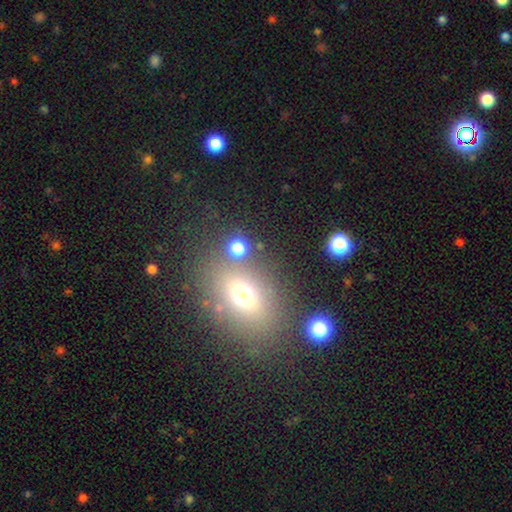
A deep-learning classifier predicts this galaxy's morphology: Smooth or featured? Predicted: smooth (p=0.59). How rounded? Predicted: in between (p=0.70). Merging? Predicted: none (p=0.76).